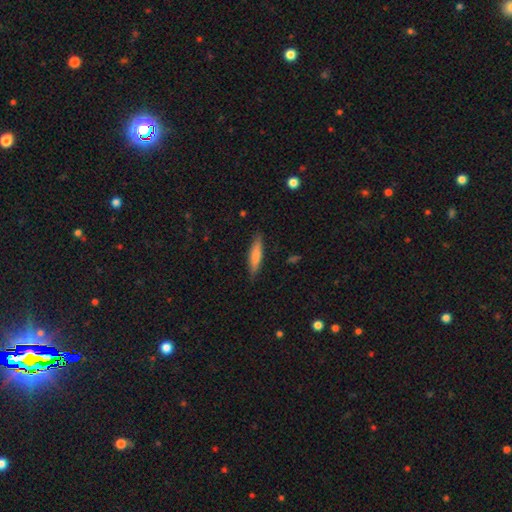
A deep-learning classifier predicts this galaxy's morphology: Q: Smooth or featured?
A: smooth (72%); runner-up: featured or disk (22%)
Q: How rounded?
A: cigar-shaped (79%); runner-up: in between (20%)
Q: Merging?
A: none (86%); runner-up: minor disturbance (11%)